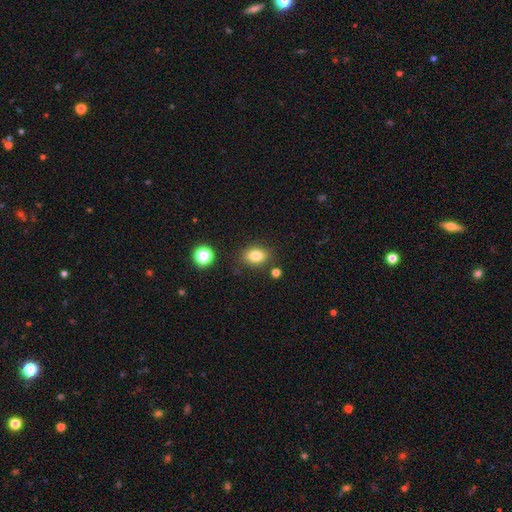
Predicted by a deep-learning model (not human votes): Smooth or featured?
  - smooth: 81% *
  - star or artifact: 11%
  - featured or disk: 8%
How rounded?
  - in between: 69% *
  - round: 29%
  - cigar-shaped: 1%
Merging?
  - none: 81% *
  - minor disturbance: 11%
  - merger: 4%
  - major disturbance: 3%